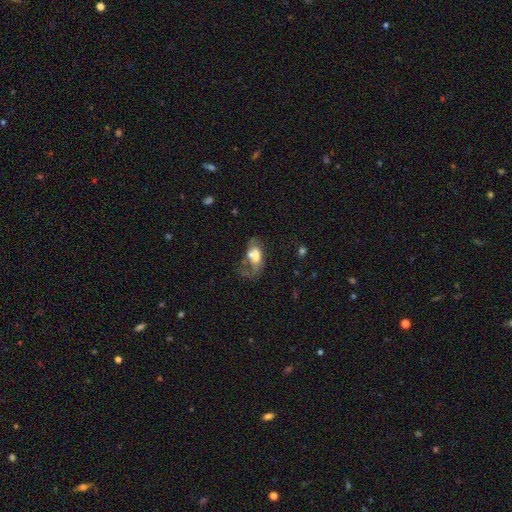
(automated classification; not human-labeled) This is possibly a featured or disk galaxy (47%). Merging: marginally major disturbance (37%).